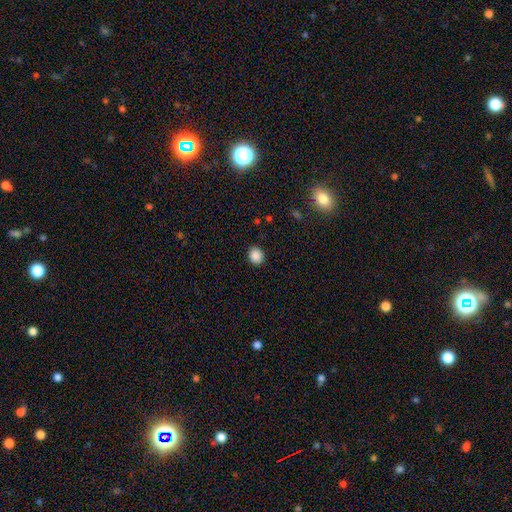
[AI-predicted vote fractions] smooth_or_featured: smooth (p=0.88) [alt: star or artifact p=0.09]
how_rounded: round (p=0.73) [alt: in between p=0.26]
merging: none (p=0.90) [alt: minor disturbance p=0.07]